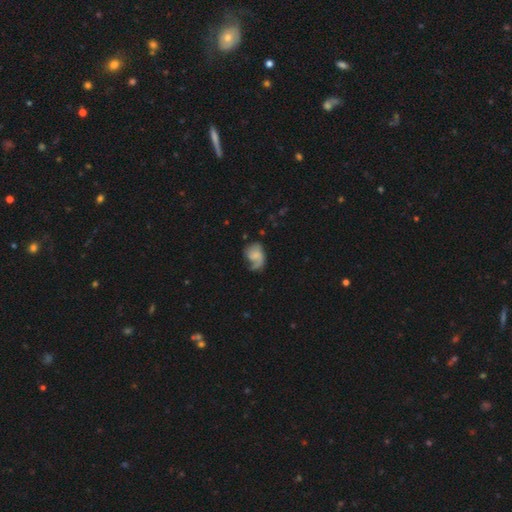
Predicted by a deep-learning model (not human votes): The model was most divided on "merging": none: 39%, major disturbance: 31%, minor disturbance: 27%, merger: 3%. Remaining: edge-on disk — no (97%); spiral arms — yes (86%); bar — no (64%); smooth or featured — featured or disk (55%); bulge size — none (49%).